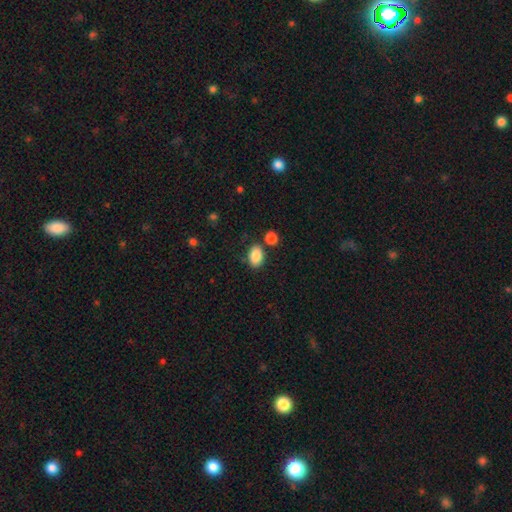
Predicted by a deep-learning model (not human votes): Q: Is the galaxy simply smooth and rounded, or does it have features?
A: smooth — 87%.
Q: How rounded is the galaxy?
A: in between — 85%.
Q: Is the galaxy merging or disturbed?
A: none — 75%.